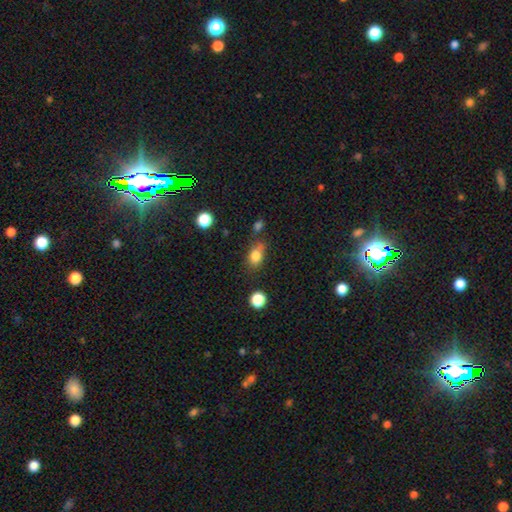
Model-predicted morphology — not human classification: Q: Smooth or featured?
A: smooth (81%); runner-up: star or artifact (10%)
Q: How rounded?
A: in between (71%); runner-up: round (26%)
Q: Merging?
A: none (55%); runner-up: minor disturbance (24%)